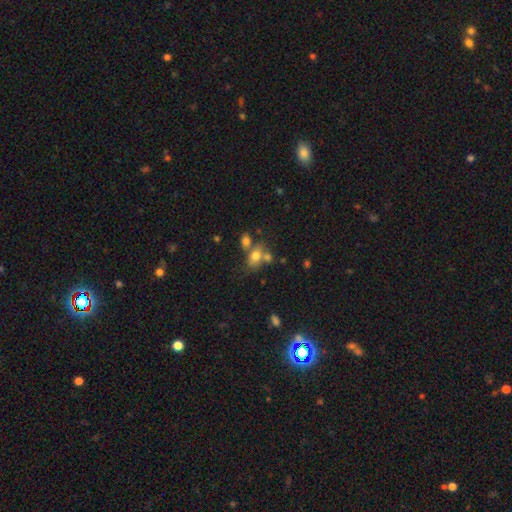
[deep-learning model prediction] Q: Smooth or featured?
A: smooth (72%); runner-up: featured or disk (16%)
Q: How rounded?
A: in between (65%); runner-up: round (33%)
Q: Merging?
A: merger (40%); runner-up: none (39%)